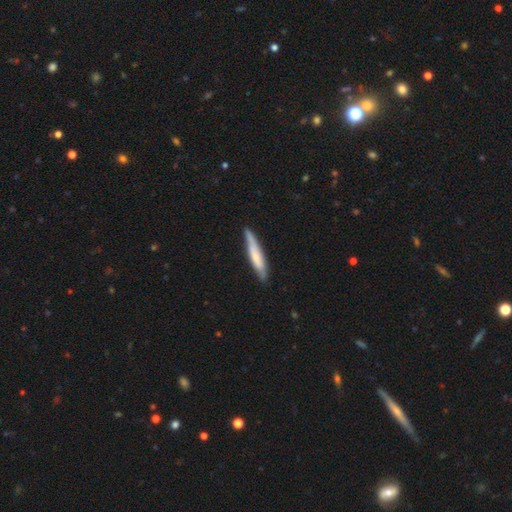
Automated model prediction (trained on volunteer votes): Smooth or featured? smooth (58%)
How rounded? cigar-shaped (90%)
Merging? none (76%)